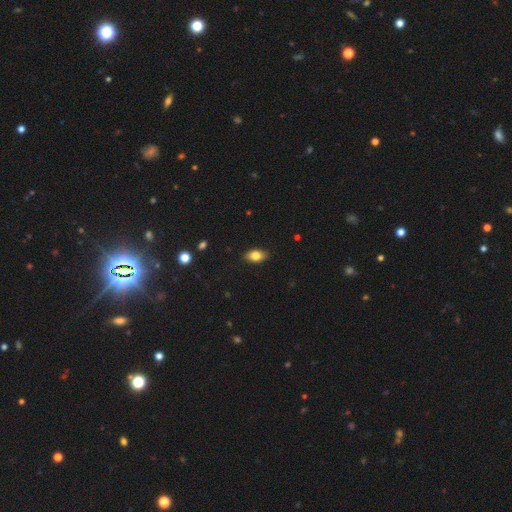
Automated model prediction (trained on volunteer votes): smooth-or-featured: smooth: 79% | featured or disk: 13% | star or artifact: 8%
  how-rounded: in between: 88% | round: 7% | cigar-shaped: 4%
  merging: none: 87% | minor disturbance: 10% | major disturbance: 2% | merger: 1%